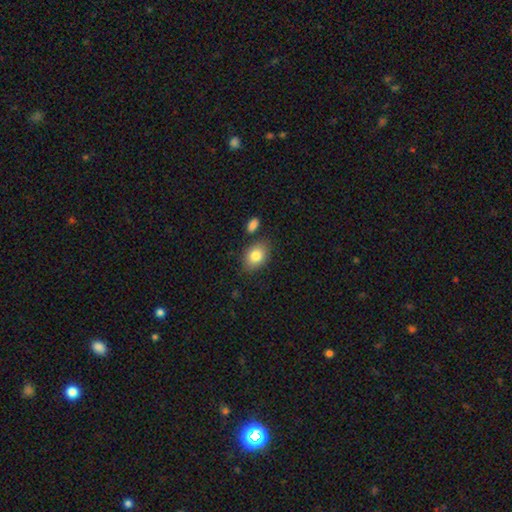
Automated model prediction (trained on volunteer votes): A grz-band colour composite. It shows a smooth galaxy with no disk features (83%) that is in between round and cigar-shaped (75%). Merging: none (78%).